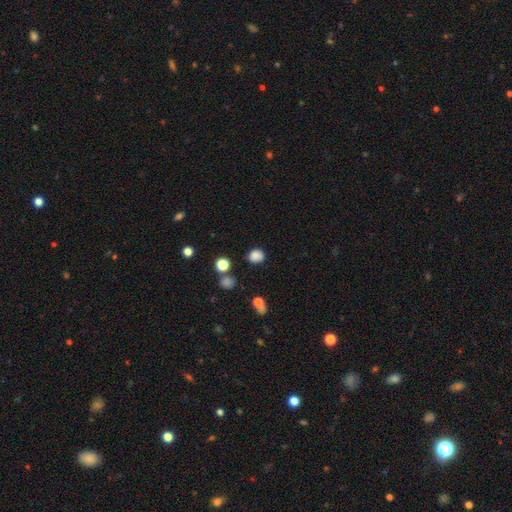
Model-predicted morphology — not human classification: This appears to be a smooth galaxy with no disk features (81%) that is round (69%). Merging: none (74%).